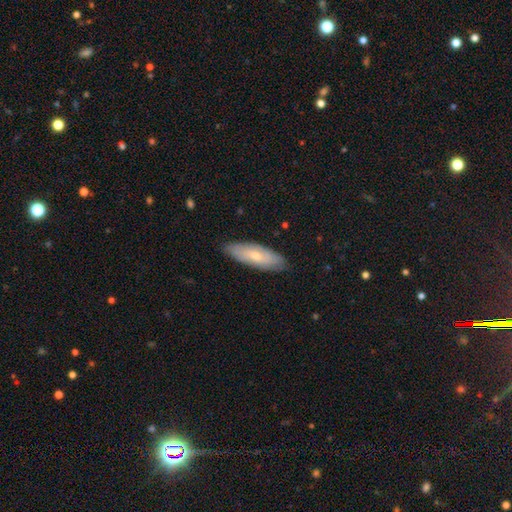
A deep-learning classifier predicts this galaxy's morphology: A smooth galaxy with no disk features (58%) that is in between round and cigar-shaped (58%). Merging: none (83%).